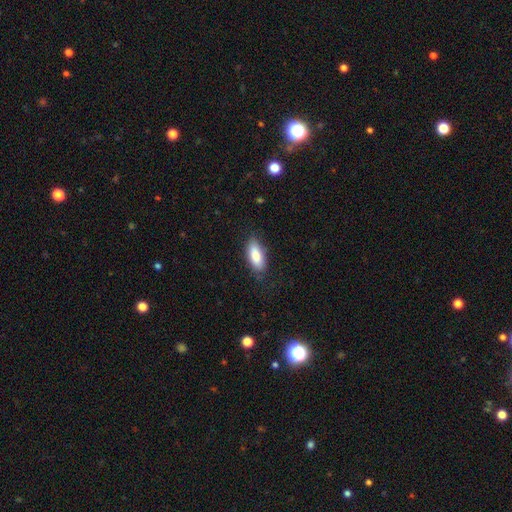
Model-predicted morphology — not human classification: Smooth or featured?
  - smooth: 82% *
  - featured or disk: 12%
  - star or artifact: 6%
How rounded?
  - in between: 82% *
  - cigar-shaped: 16%
  - round: 2%
Merging?
  - none: 77% *
  - minor disturbance: 18%
  - major disturbance: 4%
  - merger: 1%